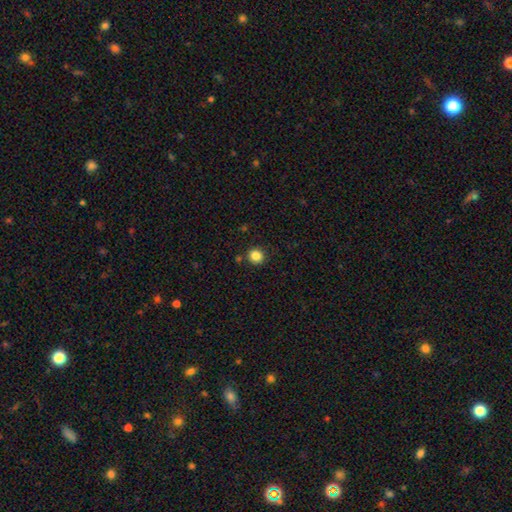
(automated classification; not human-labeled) Q: Smooth or featured?
A: smooth (85%); runner-up: star or artifact (11%)
Q: How rounded?
A: round (89%); runner-up: in between (10%)
Q: Merging?
A: none (87%); runner-up: minor disturbance (7%)